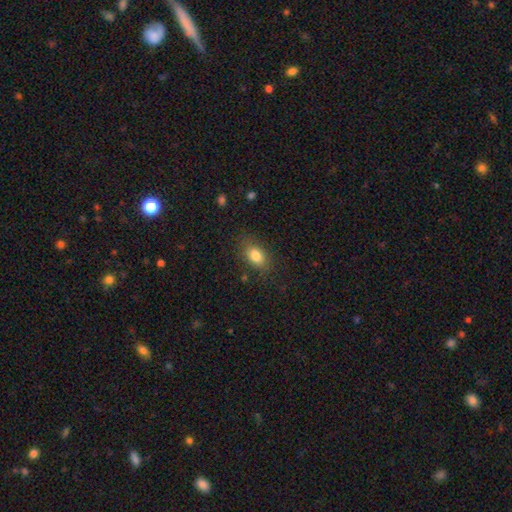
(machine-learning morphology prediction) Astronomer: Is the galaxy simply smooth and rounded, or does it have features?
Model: smooth — 82%.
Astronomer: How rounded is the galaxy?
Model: in between — 83%.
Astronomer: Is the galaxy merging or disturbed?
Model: none — 80%.